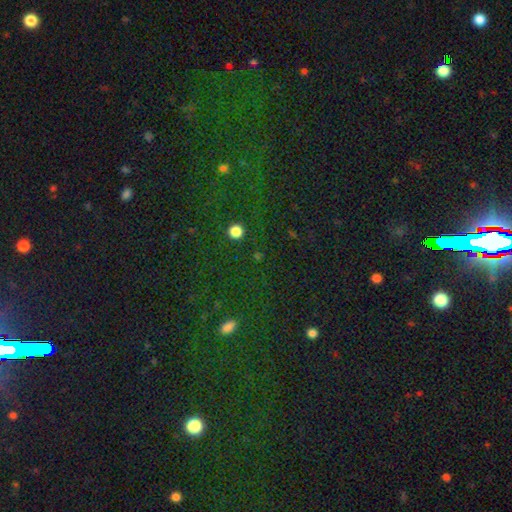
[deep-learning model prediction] Smooth or featured: star or artifact — 77% (smooth — 15%)